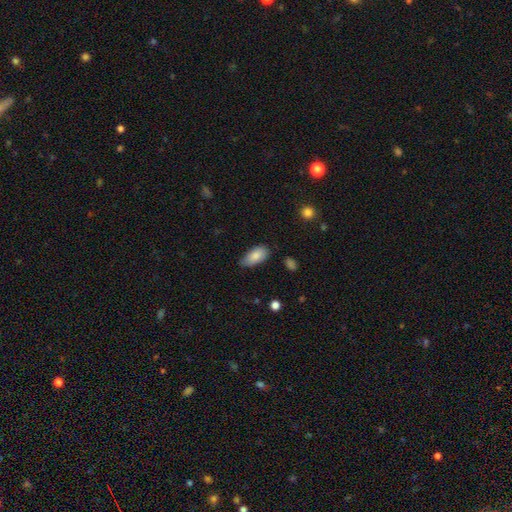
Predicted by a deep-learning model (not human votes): A smooth galaxy with no disk features (85%) that is in between round and cigar-shaped (92%). Merging: none (65%).